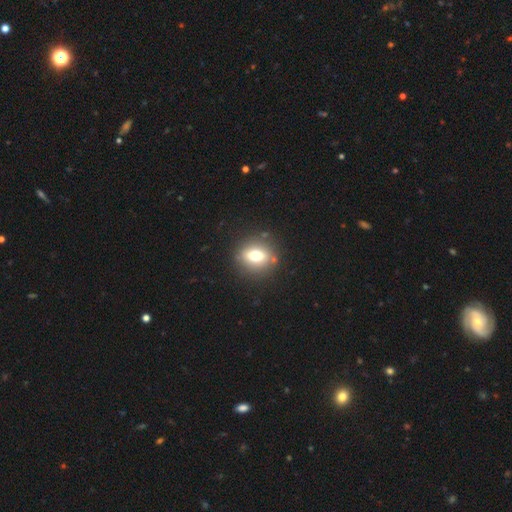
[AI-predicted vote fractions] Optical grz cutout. It shows a smooth galaxy with no disk features (67%) that is round (57%). Merging: none (84%).